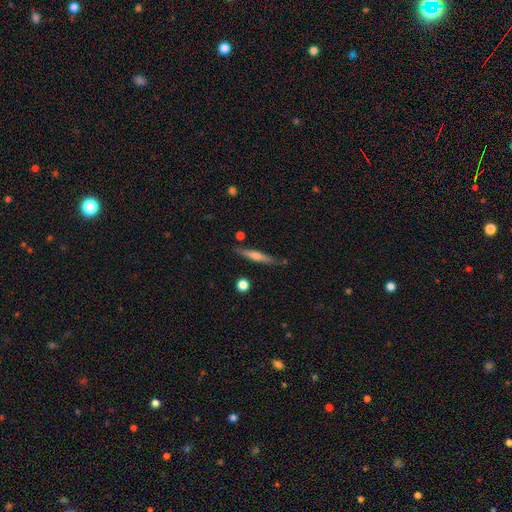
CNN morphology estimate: A featured or disk galaxy (55%) viewed edge-on (95%) with a rounded central bulge (74%).

Vote fractions:
- Smooth or featured? featured or disk: 55% / smooth: 39% / star or artifact: 6%
- Edge-on disk? yes: 95% / no: 5%
- Edge-on bulge? rounded: 74% / none: 18% / boxy: 7%
- Merging? none: 82% / minor disturbance: 12% / merger: 4% / major disturbance: 2%